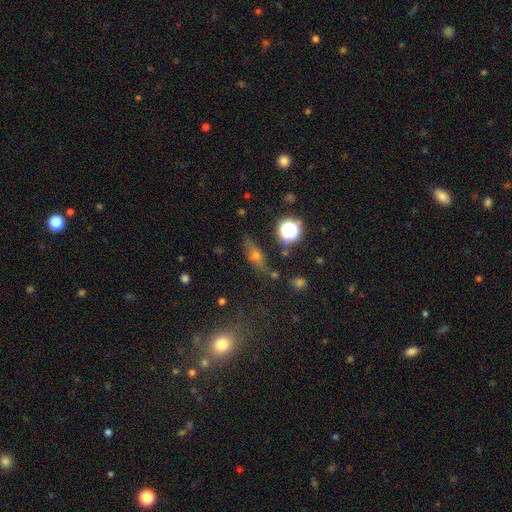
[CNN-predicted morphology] This appears to be a smooth galaxy with no disk features (39%). Merging: none (75%).